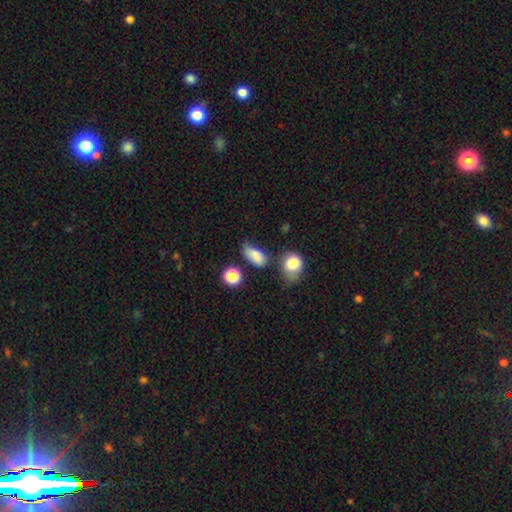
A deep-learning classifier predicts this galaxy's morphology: smooth-or-featured: smooth: 80% | star or artifact: 11% | featured or disk: 9%
  how-rounded: in between: 83% | round: 11% | cigar-shaped: 6%
  merging: none: 43% | minor disturbance: 34% | major disturbance: 14% | merger: 9%